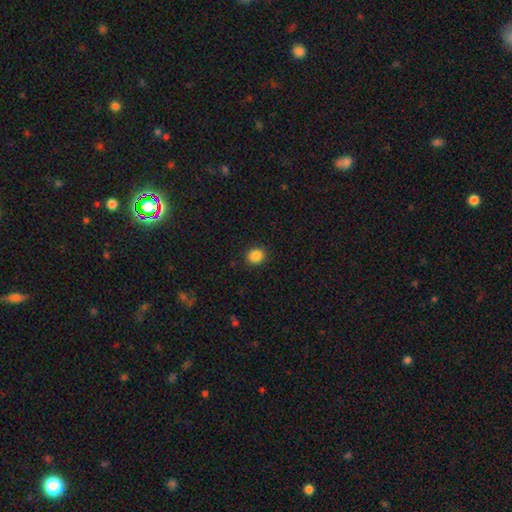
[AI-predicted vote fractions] This is clearly a smooth galaxy (87%). How rounded: likely round (75%). Merging: clearly none (90%).